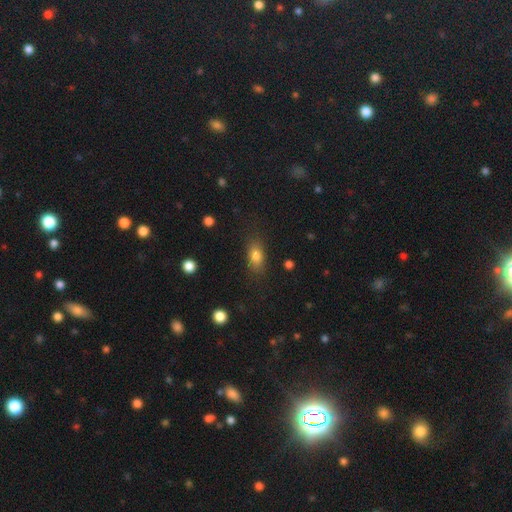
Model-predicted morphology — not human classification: Smooth or featured? Predicted: smooth (p=0.81). How rounded? Predicted: in between (p=0.80). Merging? Predicted: none (p=0.78).